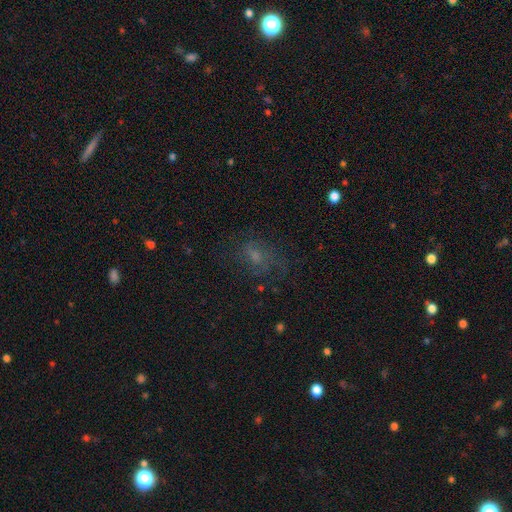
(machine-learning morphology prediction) smooth 38%, star or artifact 32%, featured or disk 29%. Down the decision tree: merging — none (65%).